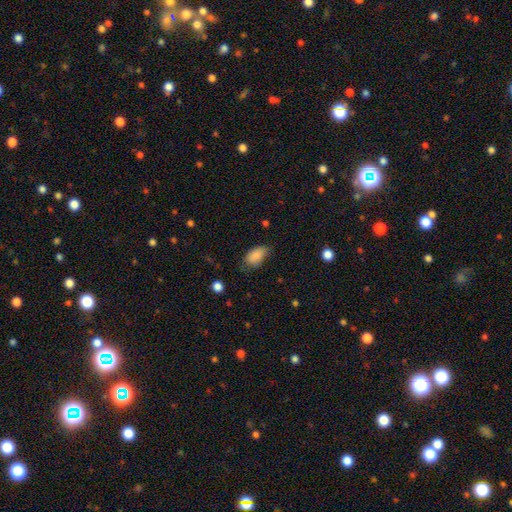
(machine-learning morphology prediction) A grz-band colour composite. It shows a smooth galaxy with no disk features (86%) that is in between round and cigar-shaped (92%). Merging: none (57%).